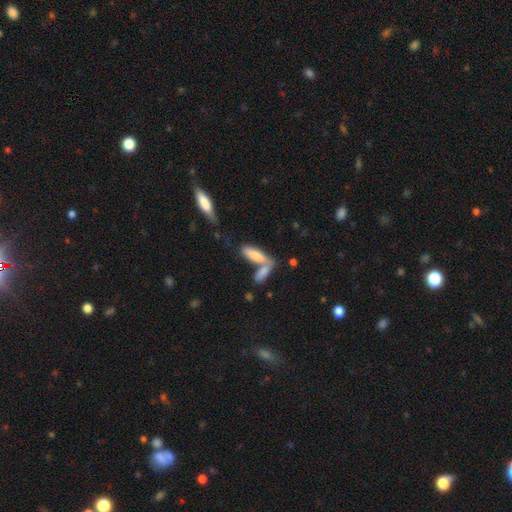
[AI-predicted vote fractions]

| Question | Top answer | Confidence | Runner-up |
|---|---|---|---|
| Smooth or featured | smooth | 72% | featured or disk (20%) |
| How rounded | in between | 52% | cigar-shaped (46%) |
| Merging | merger | 46% | none (38%) |